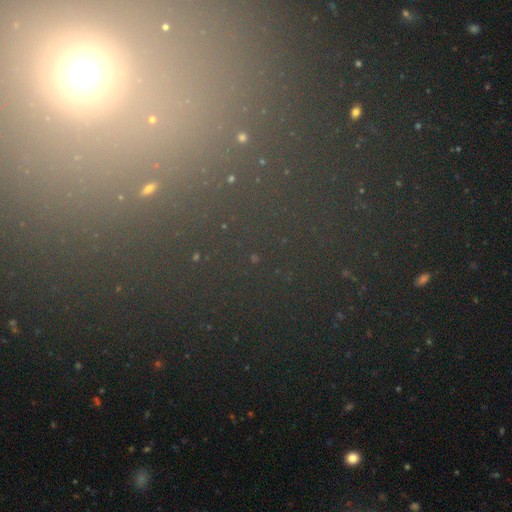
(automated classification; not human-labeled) Smooth or featured: star or artifact — 68% (smooth — 21%)